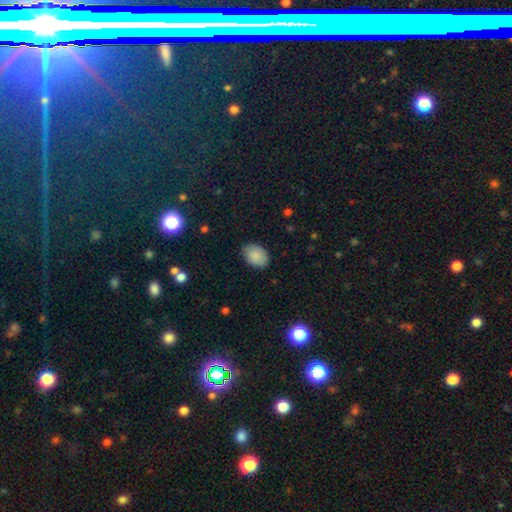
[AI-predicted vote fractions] A smooth galaxy with no disk features (88%) that is in between round and cigar-shaped (80%).

Vote fractions:
- Smooth or featured? smooth: 88% / star or artifact: 7% / featured or disk: 5%
- How rounded? in between: 80% / round: 19% / cigar-shaped: 1%
- Merging? none: 81% / minor disturbance: 15% / major disturbance: 3% / merger: 1%